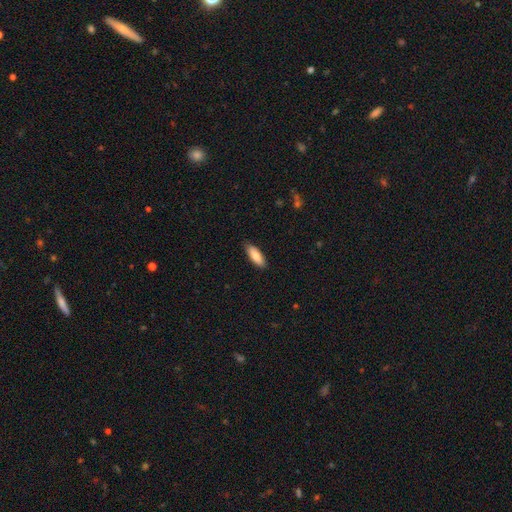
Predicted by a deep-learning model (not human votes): The model was most divided on "how rounded": in between: 66%, cigar-shaped: 33%, round: 2%. More confident: merging — none (87%); smooth or featured — smooth (79%).